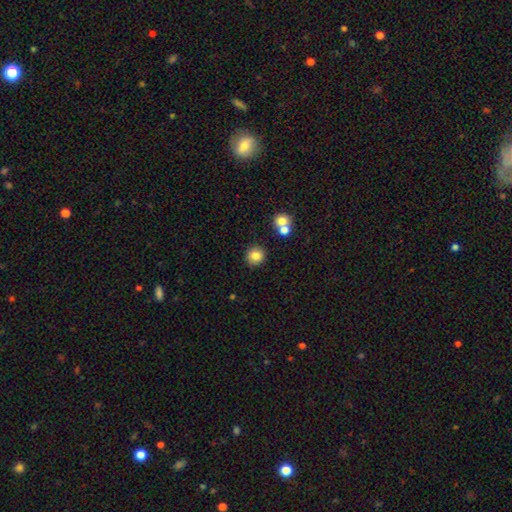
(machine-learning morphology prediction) This appears to be a smooth galaxy with no disk features (82%) that is round (89%). Merging: none (84%).